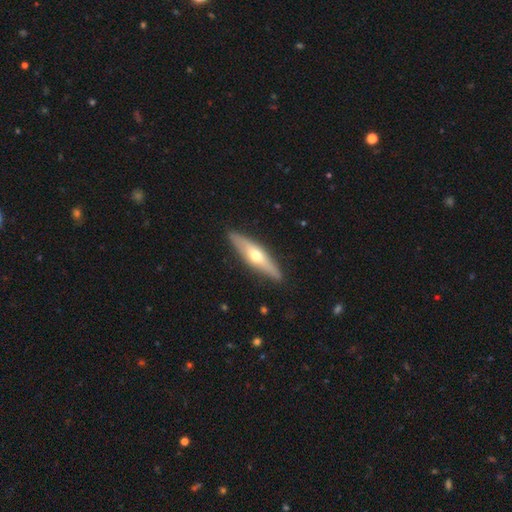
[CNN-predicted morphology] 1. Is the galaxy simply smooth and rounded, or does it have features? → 53% featured or disk, 42% smooth, 5% star or artifact.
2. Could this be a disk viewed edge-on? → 82% yes, 18% no.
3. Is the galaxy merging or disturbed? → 88% none, 9% minor disturbance, 2% major disturbance, 1% merger.